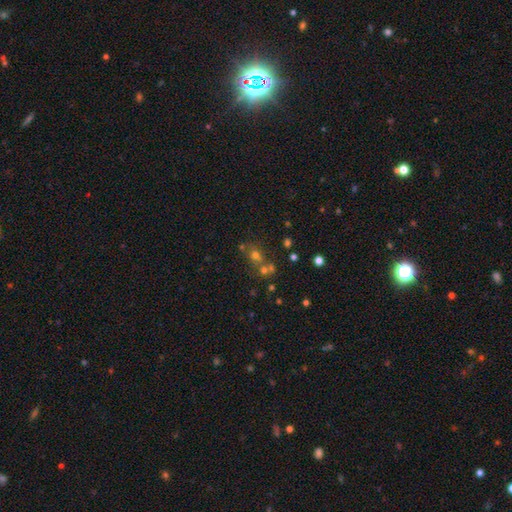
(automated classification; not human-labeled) smooth_or_featured: smooth (p=0.49) [alt: star or artifact p=0.34]
merging: none (p=0.49) [alt: merger p=0.39]